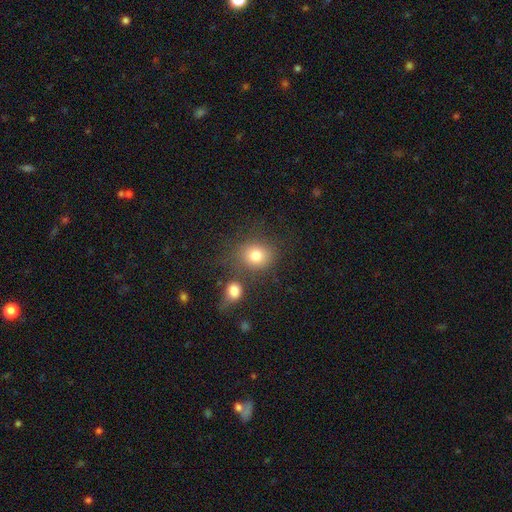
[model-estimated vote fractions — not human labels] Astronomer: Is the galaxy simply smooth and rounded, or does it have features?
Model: smooth — 79%.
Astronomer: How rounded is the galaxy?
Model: round — 69%.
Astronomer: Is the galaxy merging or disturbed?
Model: none — 64%.